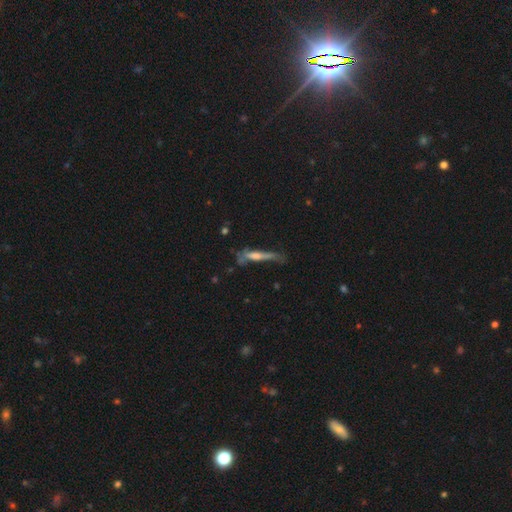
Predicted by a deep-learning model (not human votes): This appears to be a featured or disk galaxy (55%) viewed edge-on (80%). Merging: none (41%).